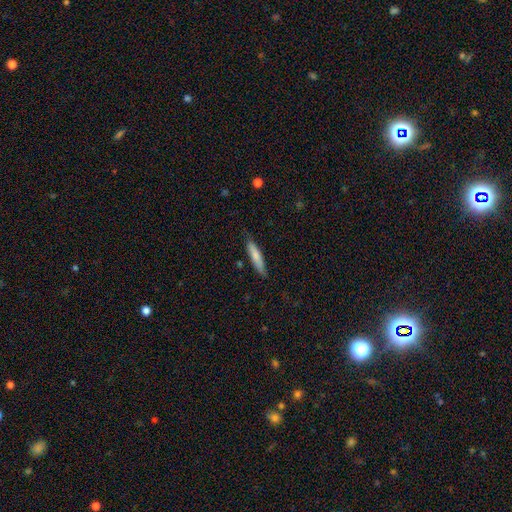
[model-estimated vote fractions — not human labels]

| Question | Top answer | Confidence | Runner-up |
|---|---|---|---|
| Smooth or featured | smooth | 76% | featured or disk (18%) |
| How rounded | cigar-shaped | 83% | in between (15%) |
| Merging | none | 80% | minor disturbance (16%) |